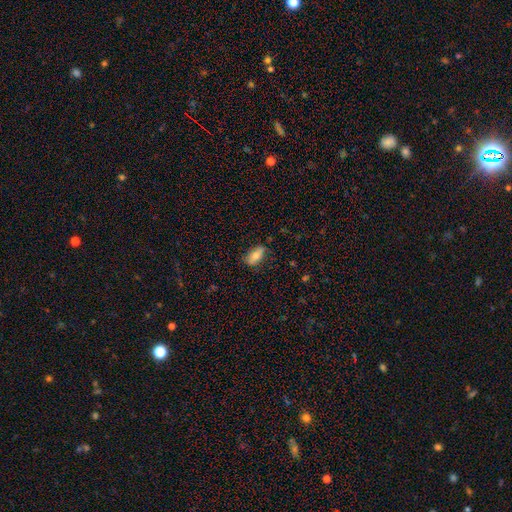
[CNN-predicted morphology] Smooth or featured? smooth (75%)
How rounded? in between (86%)
Merging? none (75%)